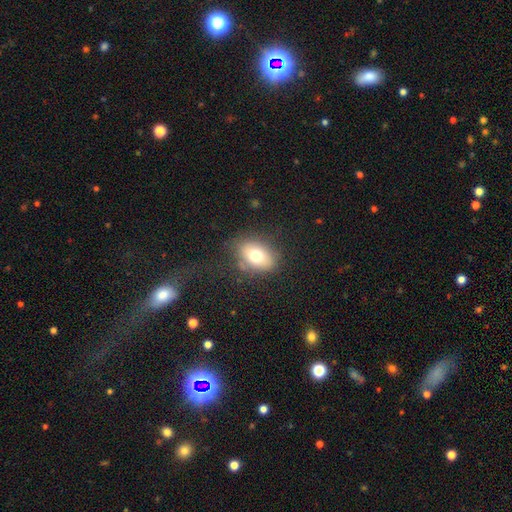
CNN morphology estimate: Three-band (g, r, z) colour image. It shows a smooth galaxy with no disk features (72%) that is in between round and cigar-shaped (74%). Merging: none (74%).